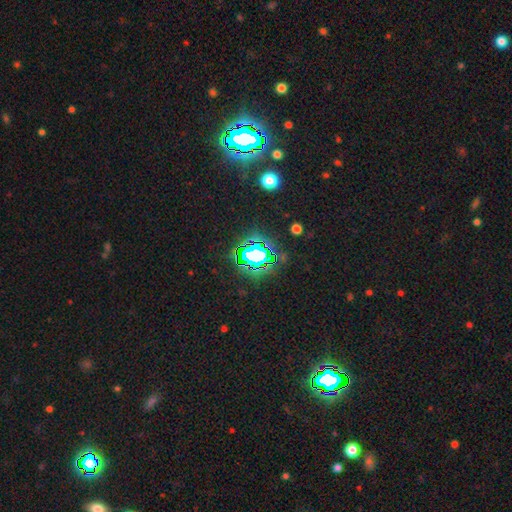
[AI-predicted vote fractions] smooth_or_featured: star or artifact (p=0.72) [alt: smooth p=0.16]